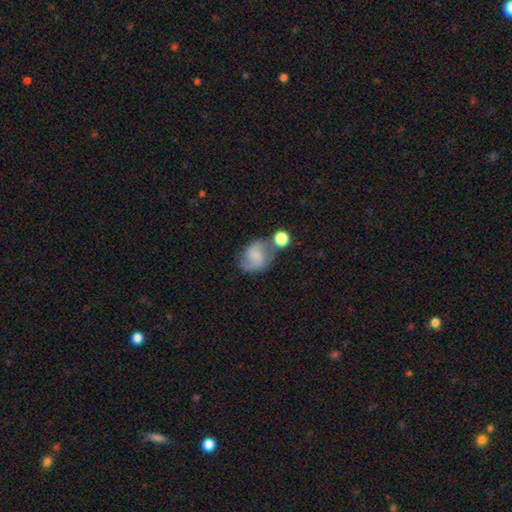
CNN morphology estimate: Overall: featured or disk (51%; smooth 39%). Edge-on disk: no (97%). Merging: none (54%; minor disturbance 20%).